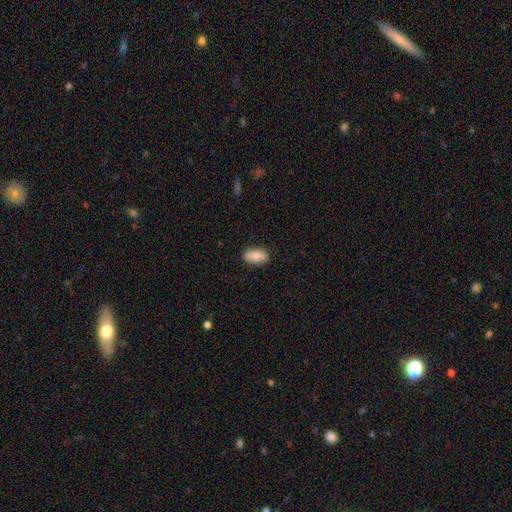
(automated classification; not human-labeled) Smooth or featured? smooth (78%)
How rounded? in between (91%)
Merging? none (85%)